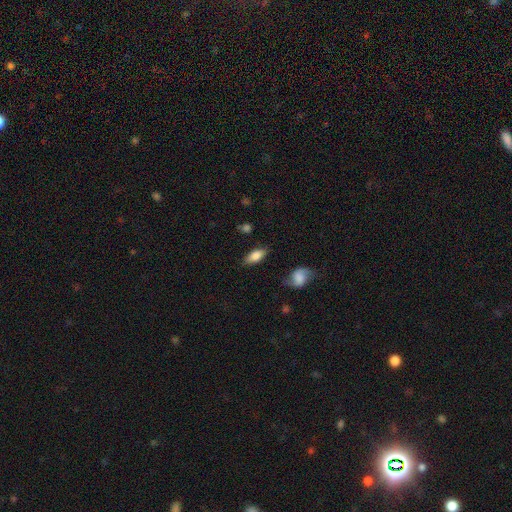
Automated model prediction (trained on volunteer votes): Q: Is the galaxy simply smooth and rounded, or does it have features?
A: smooth — 78%.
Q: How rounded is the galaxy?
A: in between — 85%.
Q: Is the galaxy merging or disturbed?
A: none — 79%.